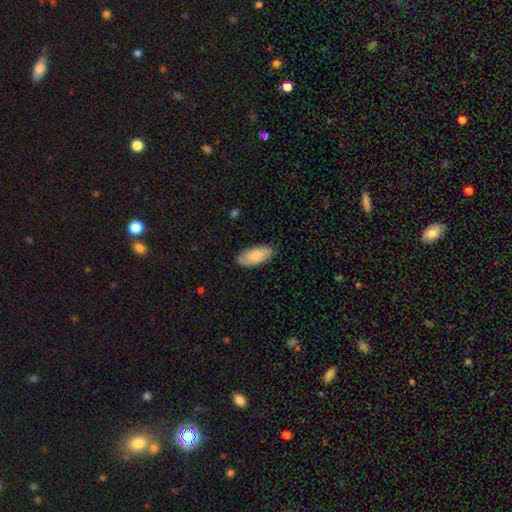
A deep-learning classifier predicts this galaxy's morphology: smooth-or-featured: smooth: 80% | featured or disk: 14% | star or artifact: 5%
  how-rounded: in between: 91% | cigar-shaped: 7% | round: 2%
  merging: none: 84% | minor disturbance: 13% | major disturbance: 2% | merger: 1%